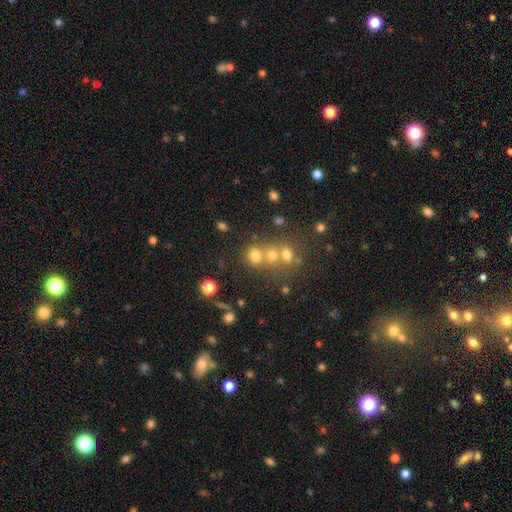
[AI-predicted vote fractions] Smooth or featured: smooth — 67% (star or artifact — 19%)
How rounded: round — 74% (in between — 25%)
Merging: merger — 46% (none — 42%)